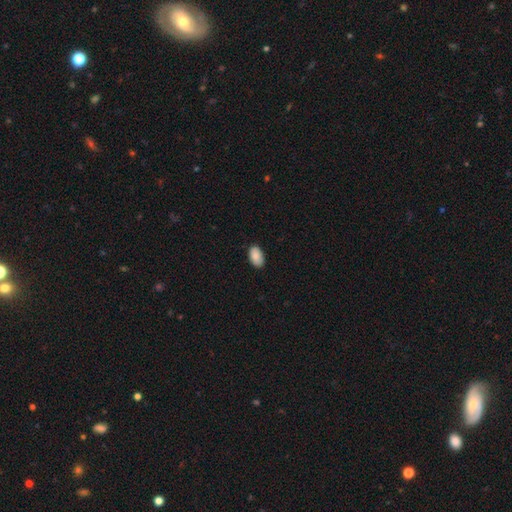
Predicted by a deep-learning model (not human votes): This is clearly a smooth galaxy (88%). How rounded: clearly in between (93%). Merging: clearly none (86%).